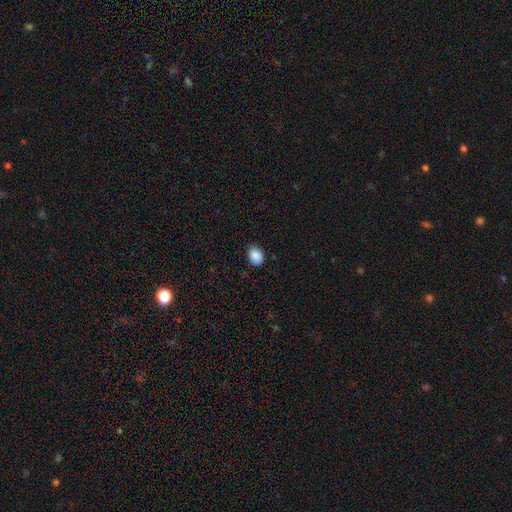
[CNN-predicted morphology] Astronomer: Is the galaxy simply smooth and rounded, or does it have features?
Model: smooth — 89%.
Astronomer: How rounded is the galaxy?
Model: in between — 70%.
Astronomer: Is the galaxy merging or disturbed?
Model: none — 83%.